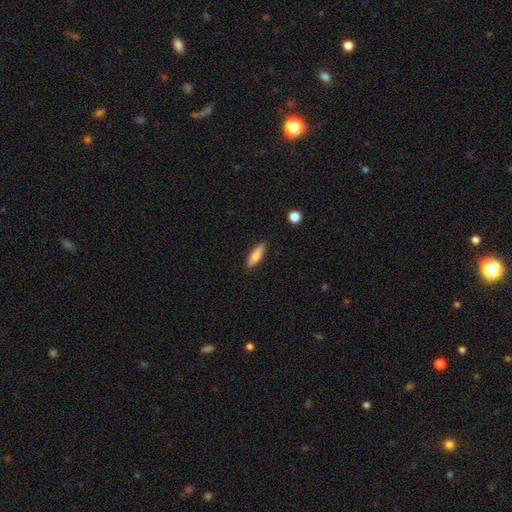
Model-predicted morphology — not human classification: A smooth galaxy with no disk features (77%) that is cigar-shaped (59%).

Vote fractions:
- Smooth or featured? smooth: 77% / featured or disk: 16% / star or artifact: 6%
- How rounded? cigar-shaped: 59% / in between: 39% / round: 2%
- Merging? none: 87% / minor disturbance: 9% / major disturbance: 2% / merger: 1%